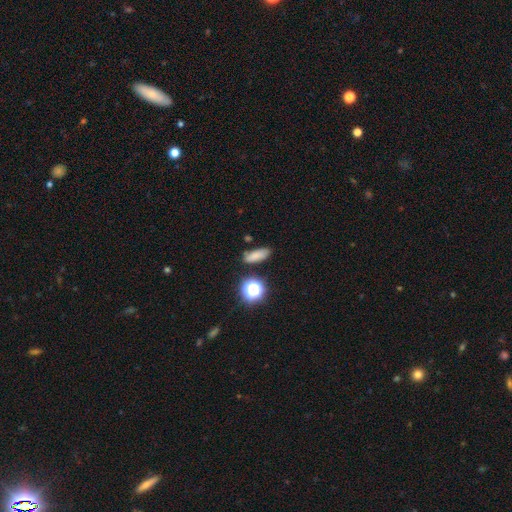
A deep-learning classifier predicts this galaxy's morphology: Smooth or featured? Predicted: smooth (p=0.75). How rounded? Predicted: in between (p=0.64). Merging? Predicted: none (p=0.78).